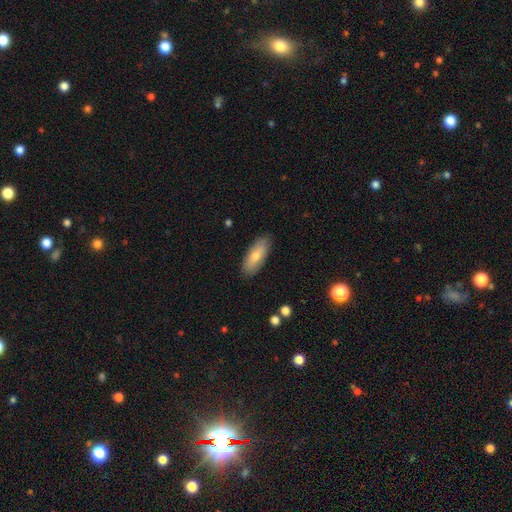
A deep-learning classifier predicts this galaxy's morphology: The model was most divided on "smooth or featured": smooth: 69%, featured or disk: 25%, star or artifact: 7%. More confident: merging — none (87%); how rounded — in between (73%).